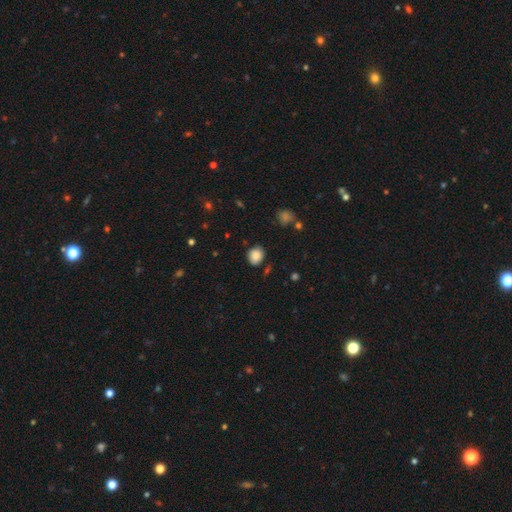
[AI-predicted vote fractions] smooth_or_featured: smooth (p=0.86) [alt: star or artifact p=0.10]
how_rounded: round (p=0.65) [alt: in between p=0.34]
merging: none (p=0.82) [alt: minor disturbance p=0.12]